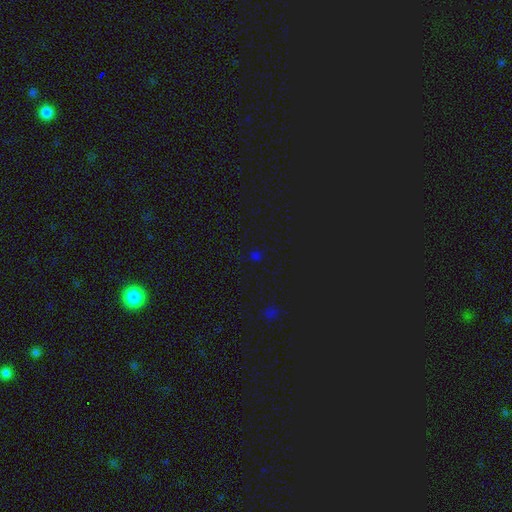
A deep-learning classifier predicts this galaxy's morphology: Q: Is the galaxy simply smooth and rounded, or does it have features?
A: star or artifact — 56%.